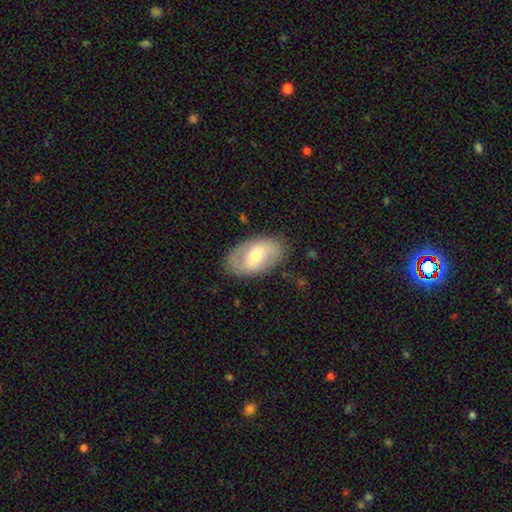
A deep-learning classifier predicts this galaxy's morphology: Smooth or featured?
  - featured or disk: 54% *
  - smooth: 40%
  - star or artifact: 6%
Edge-on disk?
  - no: 92% *
  - yes: 8%
Merging?
  - none: 82% *
  - minor disturbance: 13%
  - major disturbance: 4%
  - merger: 1%